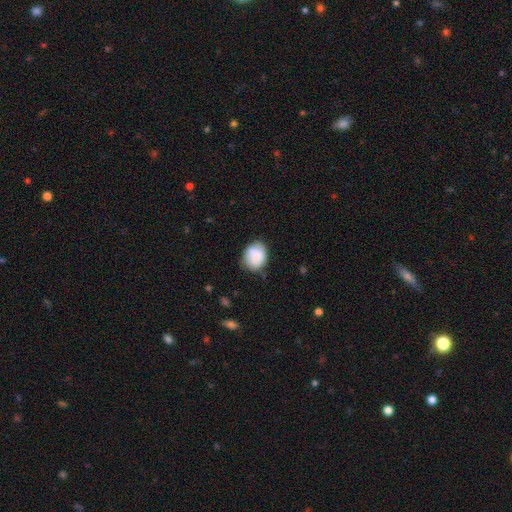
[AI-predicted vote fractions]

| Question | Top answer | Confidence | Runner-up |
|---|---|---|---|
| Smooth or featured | smooth | 77% | featured or disk (15%) |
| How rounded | round | 50% | in between (49%) |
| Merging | none | 63% | minor disturbance (24%) |